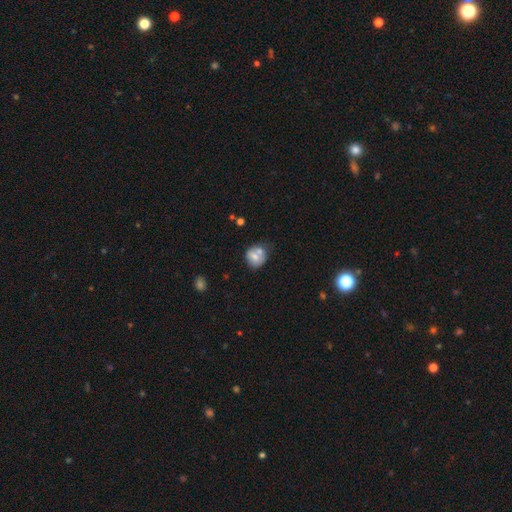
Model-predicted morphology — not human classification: This is likely a smooth galaxy (64%). How rounded: likely round (71%). Merging: marginally merger (41%).